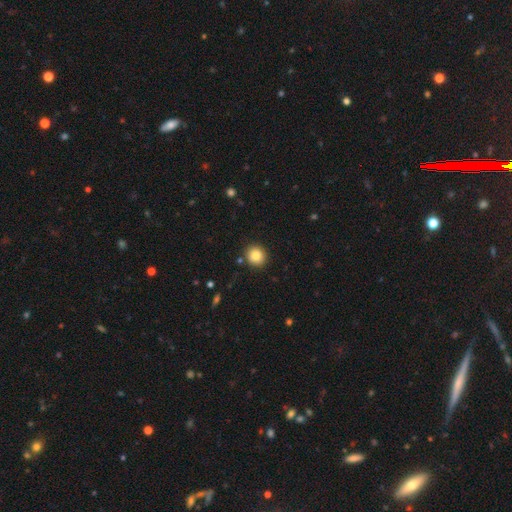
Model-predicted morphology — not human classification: Smooth or featured?
  - smooth: 85% *
  - star or artifact: 10%
  - featured or disk: 6%
How rounded?
  - round: 87% *
  - in between: 12%
  - cigar-shaped: 1%
Merging?
  - none: 88% *
  - minor disturbance: 7%
  - merger: 3%
  - major disturbance: 2%